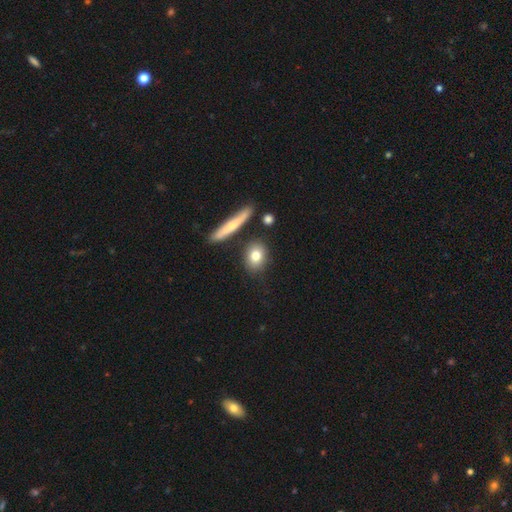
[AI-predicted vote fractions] Smooth or featured?
  - smooth: 78% *
  - featured or disk: 14%
  - star or artifact: 8%
How rounded?
  - in between: 46% * (tied)
  - round: 46% * (tied)
  - cigar-shaped: 8%
Merging?
  - none: 81% *
  - minor disturbance: 10%
  - merger: 6%
  - major disturbance: 3%